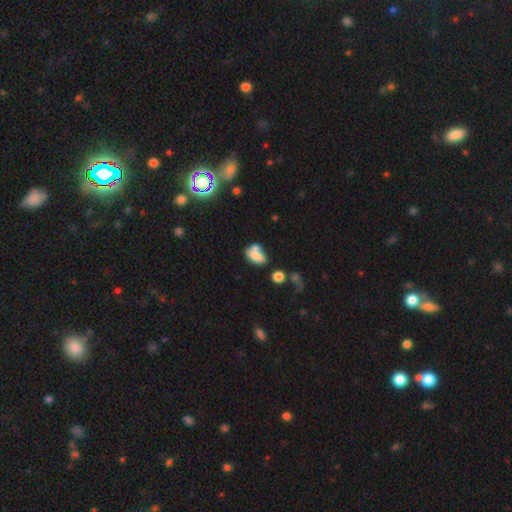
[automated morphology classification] smooth-or-featured: smooth: 72% | featured or disk: 17% | star or artifact: 11%
  how-rounded: in between: 85% | round: 10% | cigar-shaped: 5%
  merging: merger: 39% | none: 36% | minor disturbance: 17% | major disturbance: 8%